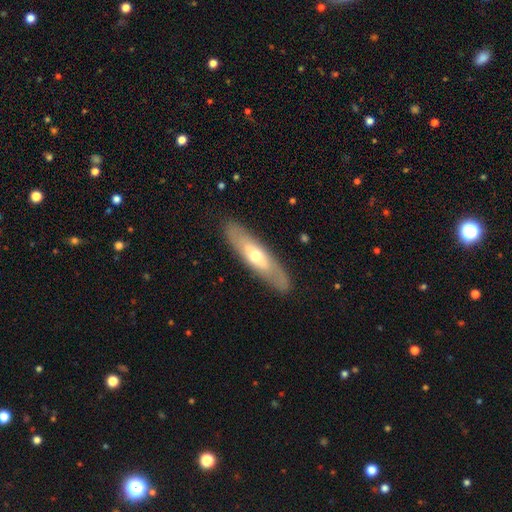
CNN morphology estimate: This appears to be a featured or disk galaxy (50%). Merging: none (86%).